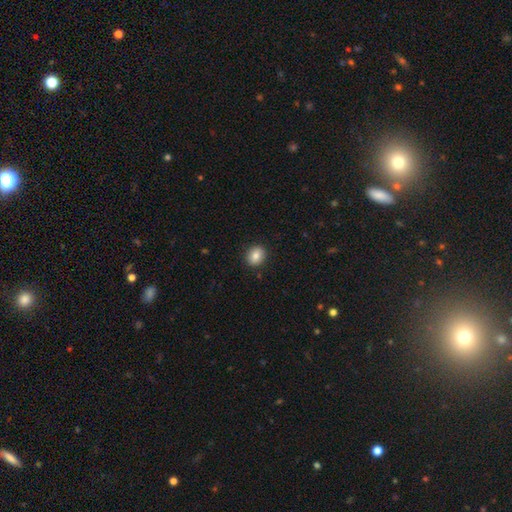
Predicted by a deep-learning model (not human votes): Smooth or featured? Predicted: smooth (p=0.83). How rounded? Predicted: round (p=0.67). Merging? Predicted: none (p=0.90).